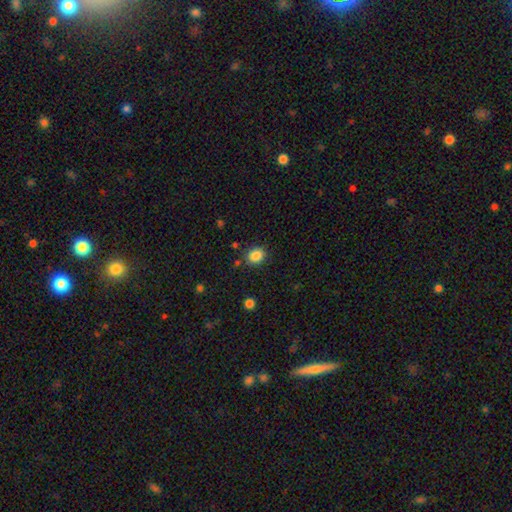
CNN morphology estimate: smooth 86%, star or artifact 10%, featured or disk 4%. Down the decision tree: how rounded — round (56%); merging — none (83%).